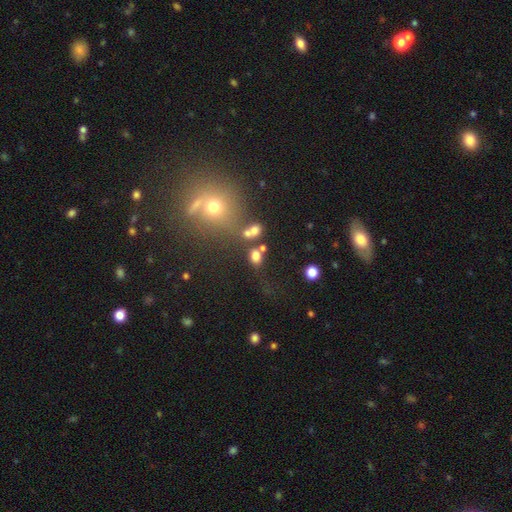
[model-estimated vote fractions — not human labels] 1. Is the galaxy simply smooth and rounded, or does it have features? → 74% smooth, 16% star or artifact, 10% featured or disk.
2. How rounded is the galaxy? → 66% in between, 32% round, 2% cigar-shaped.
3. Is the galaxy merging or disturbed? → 50% none, 25% merger, 15% minor disturbance, 10% major disturbance.